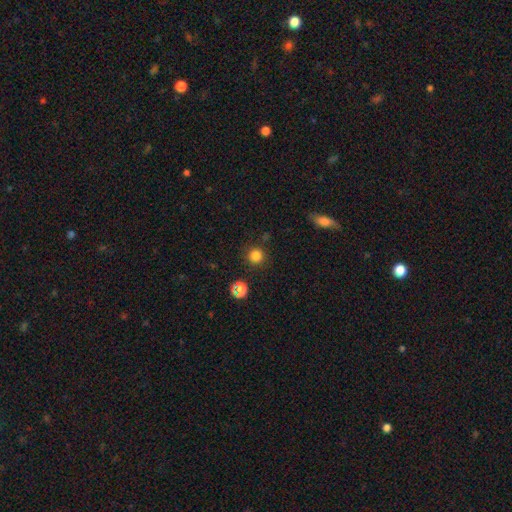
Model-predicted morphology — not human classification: Smooth or featured?
  - smooth: 82% *
  - star or artifact: 14%
  - featured or disk: 4%
How rounded?
  - round: 94% *
  - in between: 5%
  - cigar-shaped: 1%
Merging?
  - none: 88% *
  - minor disturbance: 7%
  - major disturbance: 3%
  - merger: 3%